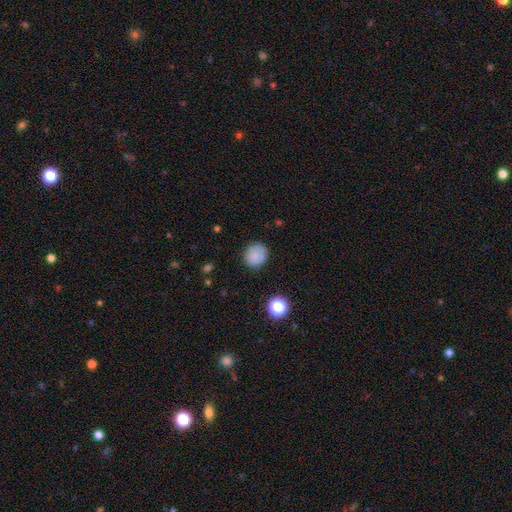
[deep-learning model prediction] A smooth galaxy with no disk features (82%) that is round (86%). Merging: none (83%).